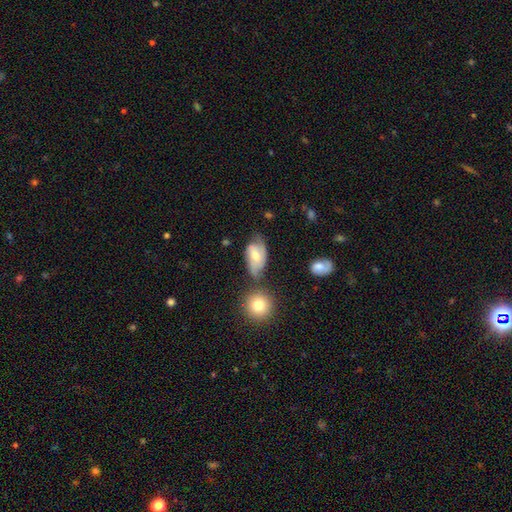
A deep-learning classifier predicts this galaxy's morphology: This appears to be a featured or disk galaxy (46%, tied with smooth). Merging: none (42%).